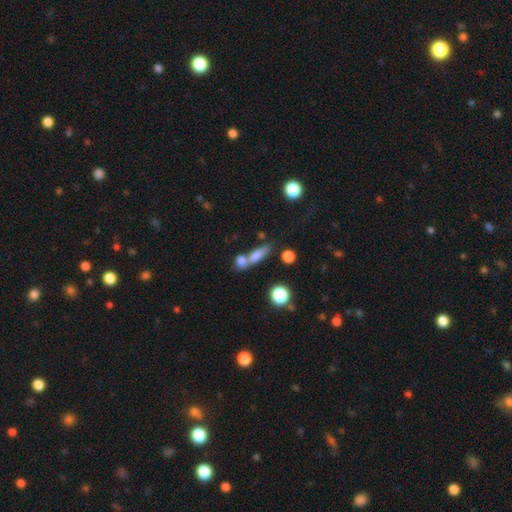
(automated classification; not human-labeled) Morphology: type=smooth (72%); roundness=cigar-shaped (45%); merging=none (45%).